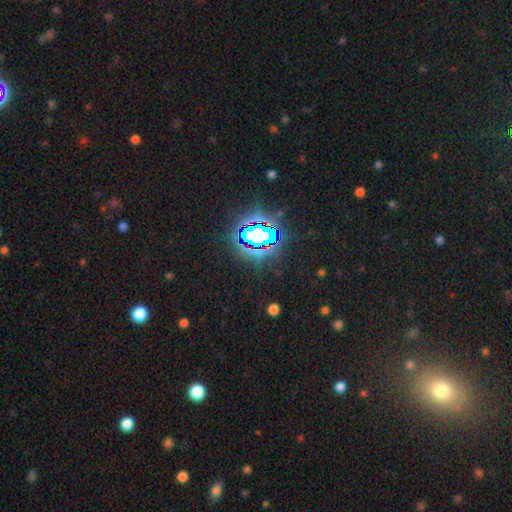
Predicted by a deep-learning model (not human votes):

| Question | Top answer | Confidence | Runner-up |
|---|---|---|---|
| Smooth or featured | star or artifact | 82% | smooth (11%) |